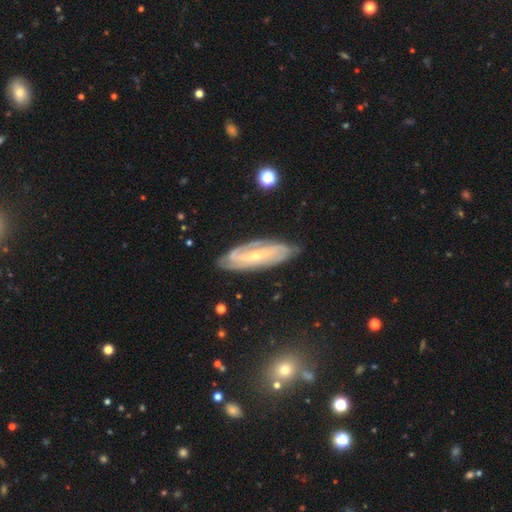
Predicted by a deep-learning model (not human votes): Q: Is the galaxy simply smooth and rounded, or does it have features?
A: featured or disk — 80%.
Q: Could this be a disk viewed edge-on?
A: no — 84%.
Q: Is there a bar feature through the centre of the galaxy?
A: no — 37%.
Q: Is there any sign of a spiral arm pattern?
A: yes — 91%.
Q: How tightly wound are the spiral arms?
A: tight — 56%.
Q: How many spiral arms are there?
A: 2 — 36%.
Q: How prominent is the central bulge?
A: small — 74%.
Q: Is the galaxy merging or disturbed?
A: none — 79%.